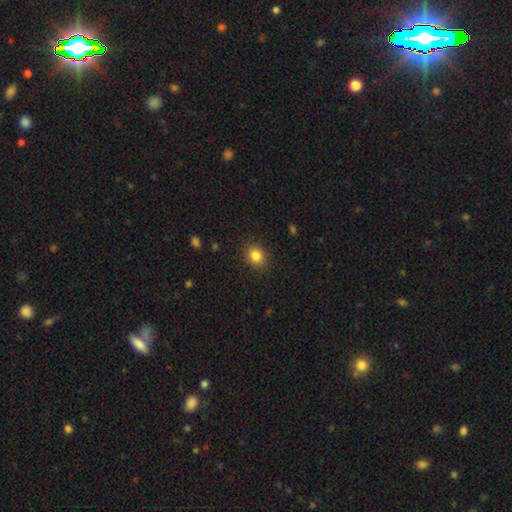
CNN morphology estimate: Q: Smooth or featured?
A: smooth (84%); runner-up: star or artifact (10%)
Q: How rounded?
A: round (62%); runner-up: in between (37%)
Q: Merging?
A: none (89%); runner-up: minor disturbance (8%)